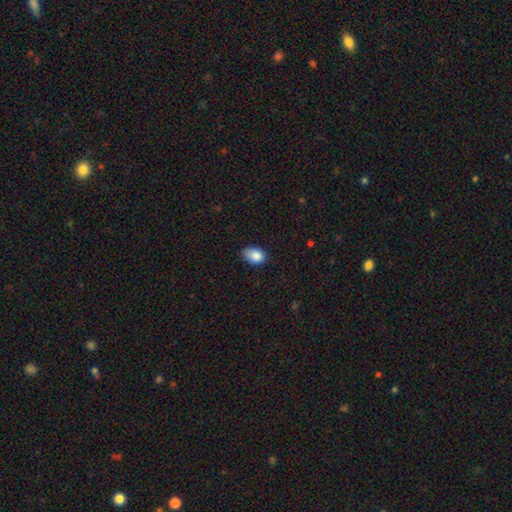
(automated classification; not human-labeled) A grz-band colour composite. It shows a smooth galaxy with no disk features (86%) that is in between round and cigar-shaped (78%). Merging: none (60%).